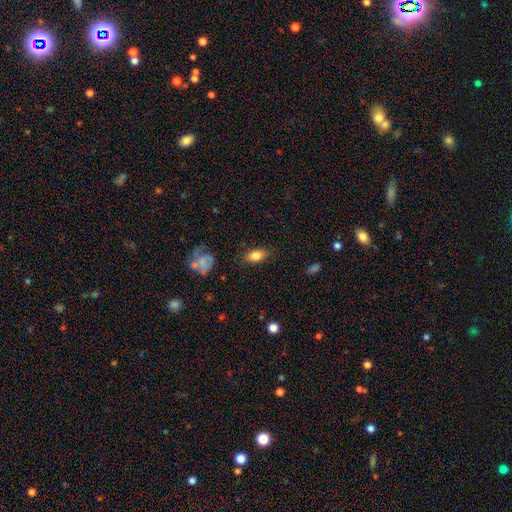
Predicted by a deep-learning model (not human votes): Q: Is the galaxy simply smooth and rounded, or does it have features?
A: smooth — 82%.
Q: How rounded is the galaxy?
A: in between — 87%.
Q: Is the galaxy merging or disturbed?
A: none — 82%.